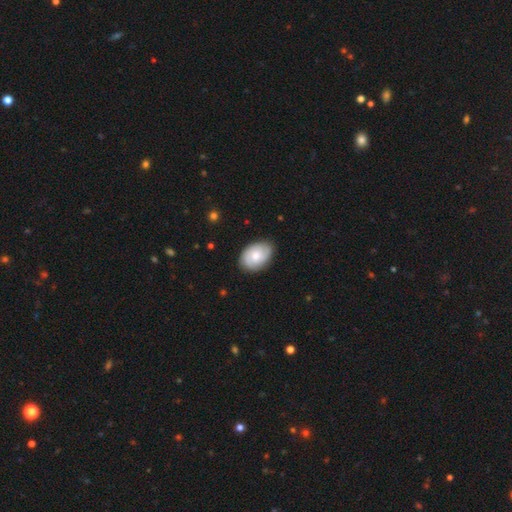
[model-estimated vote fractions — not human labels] This appears to be a smooth galaxy with no disk features (51%) that is in between round and cigar-shaped (79%). Merging: none (80%).